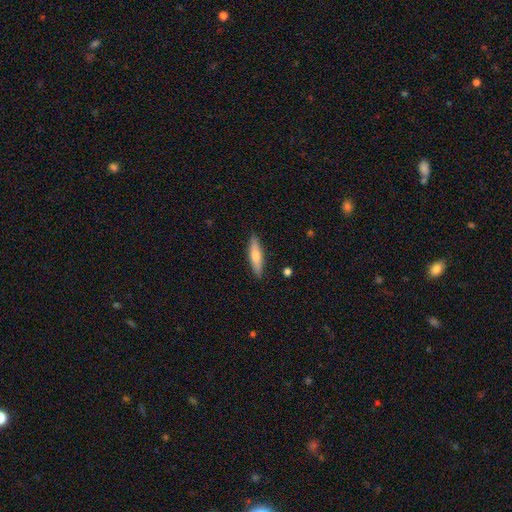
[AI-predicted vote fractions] Q: Smooth or featured?
A: smooth (61%); runner-up: featured or disk (33%)
Q: How rounded?
A: cigar-shaped (76%); runner-up: in between (23%)
Q: Merging?
A: none (89%); runner-up: minor disturbance (8%)